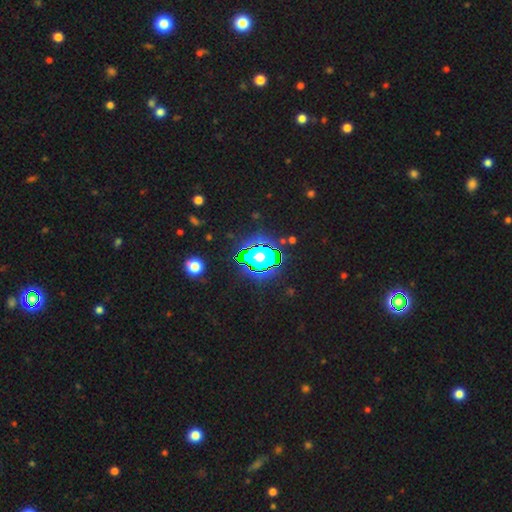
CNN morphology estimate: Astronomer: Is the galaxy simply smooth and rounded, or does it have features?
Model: star or artifact — 79%.